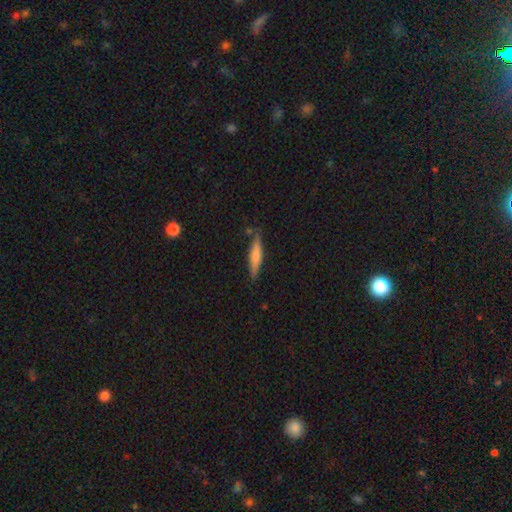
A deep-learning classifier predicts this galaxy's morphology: A smooth galaxy with no disk features (58%) that is cigar-shaped (86%).

Vote fractions:
- Smooth or featured? smooth: 58% / featured or disk: 36% / star or artifact: 6%
- How rounded? cigar-shaped: 86% / in between: 12% / round: 2%
- Merging? none: 81% / minor disturbance: 14% / merger: 3% / major disturbance: 3%